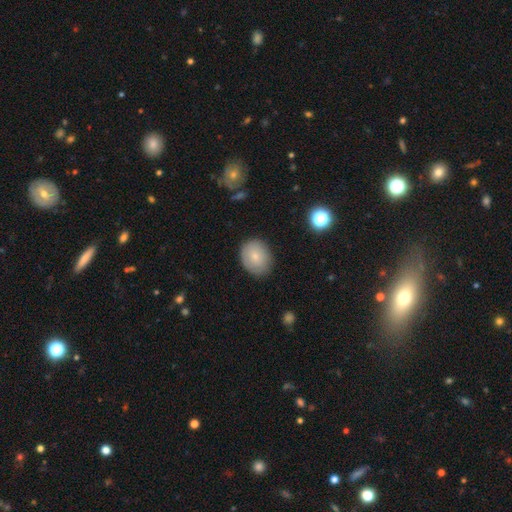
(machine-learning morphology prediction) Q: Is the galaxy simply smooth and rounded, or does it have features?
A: smooth — 75%.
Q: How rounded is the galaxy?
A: round — 51%.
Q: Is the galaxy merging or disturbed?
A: none — 81%.